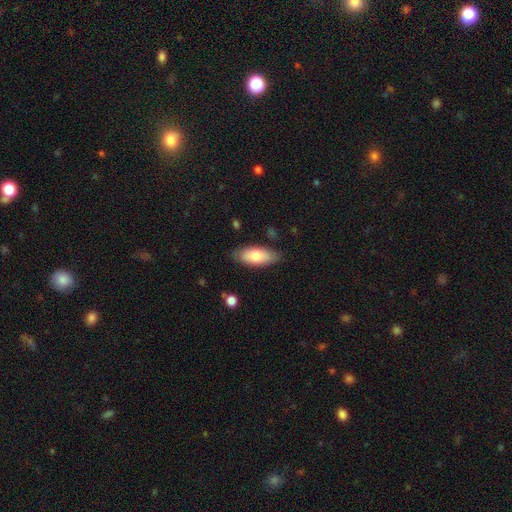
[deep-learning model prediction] This is likely a smooth galaxy (75%). How rounded: clearly in between (84%). Merging: clearly none (82%).